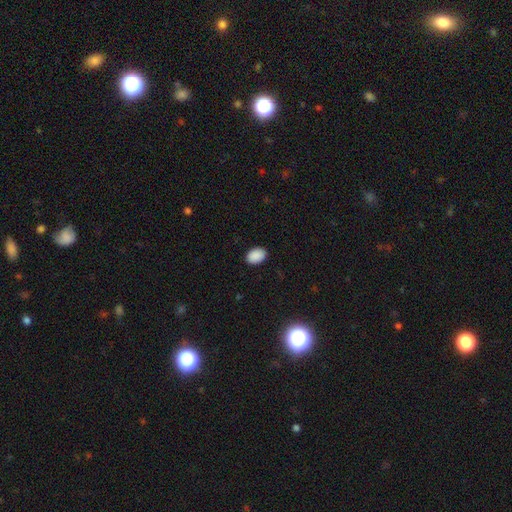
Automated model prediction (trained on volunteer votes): Smooth or featured? Predicted: smooth (p=0.90). How rounded? Predicted: in between (p=0.80). Merging? Predicted: none (p=0.90).